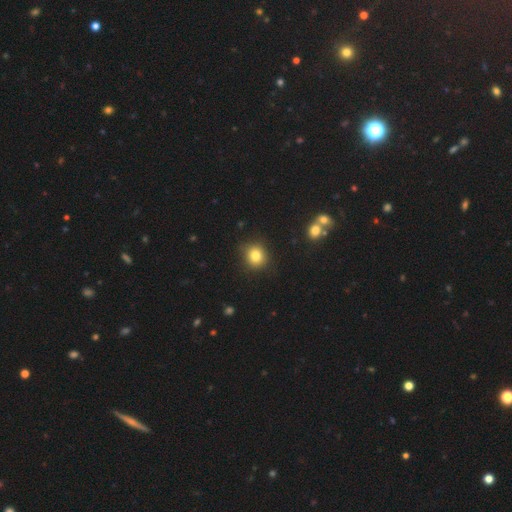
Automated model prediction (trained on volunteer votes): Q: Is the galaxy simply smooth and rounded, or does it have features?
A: smooth — 82%.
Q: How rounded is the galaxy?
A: round — 84%.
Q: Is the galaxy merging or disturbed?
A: none — 87%.